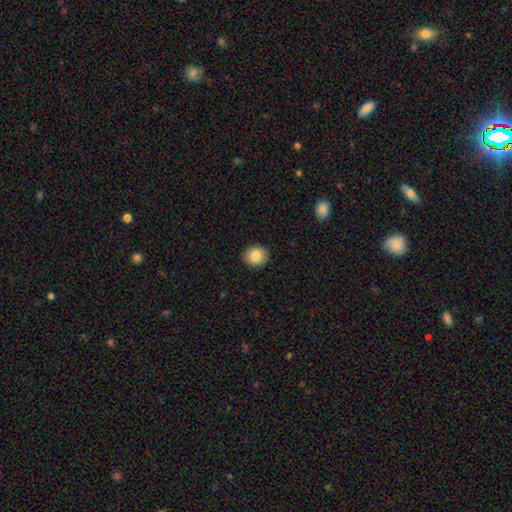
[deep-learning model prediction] smooth_or_featured: smooth (p=0.85) [alt: star or artifact p=0.08]
how_rounded: round (p=0.71) [alt: in between p=0.28]
merging: none (p=0.91) [alt: minor disturbance p=0.06]